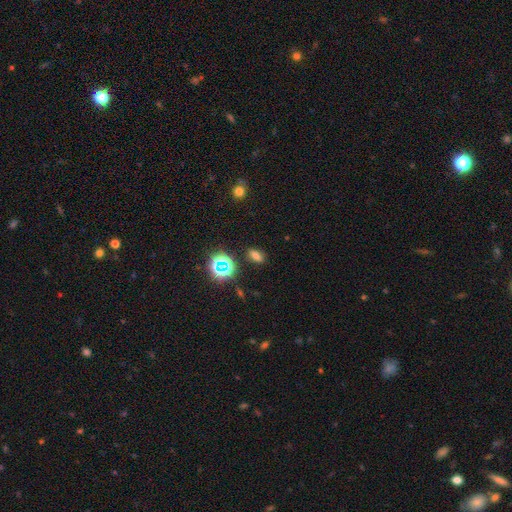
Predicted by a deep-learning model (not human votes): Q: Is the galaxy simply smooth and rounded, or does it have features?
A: smooth — 63%.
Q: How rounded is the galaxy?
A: in between — 80%.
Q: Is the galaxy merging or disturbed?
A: none — 83%.